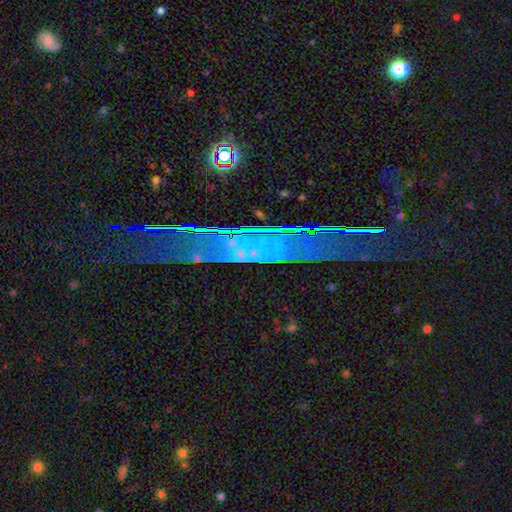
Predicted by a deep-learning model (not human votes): The model was most divided on "smooth or featured": star or artifact: 63%, featured or disk: 24%, smooth: 13%.